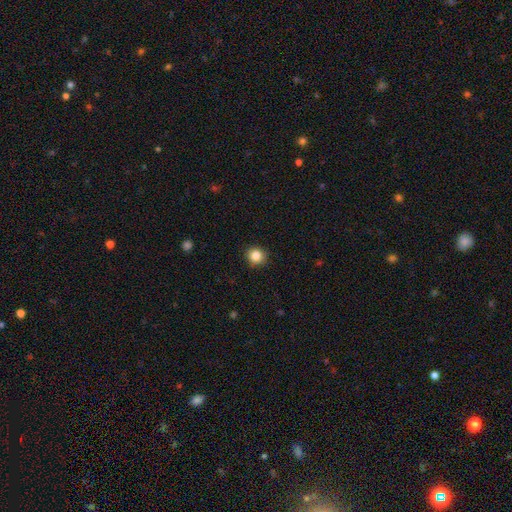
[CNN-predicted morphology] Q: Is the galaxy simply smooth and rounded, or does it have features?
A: smooth — 85%.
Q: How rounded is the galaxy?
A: round — 90%.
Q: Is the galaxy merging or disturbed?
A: none — 91%.